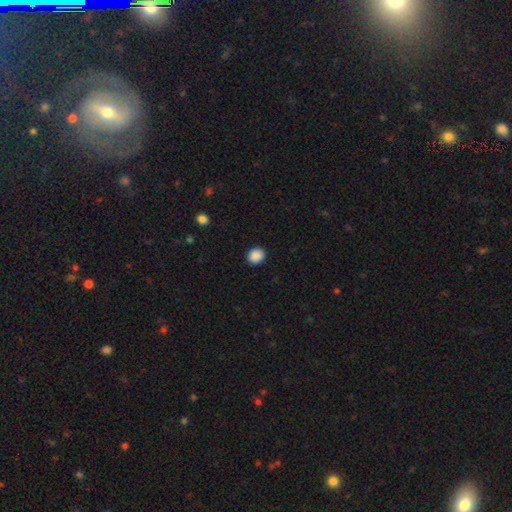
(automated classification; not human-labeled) Smooth or featured?
  - smooth: 89% *
  - star or artifact: 9%
  - featured or disk: 2%
How rounded?
  - round: 65% *
  - in between: 34%
  - cigar-shaped: 1%
Merging?
  - none: 91% *
  - minor disturbance: 6%
  - major disturbance: 2%
  - merger: 1%